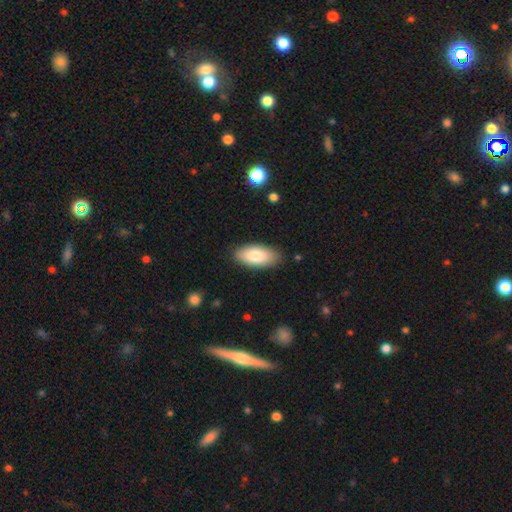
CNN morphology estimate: Overall: smooth (82%). How rounded: in between (91%). Merging: none (86%).